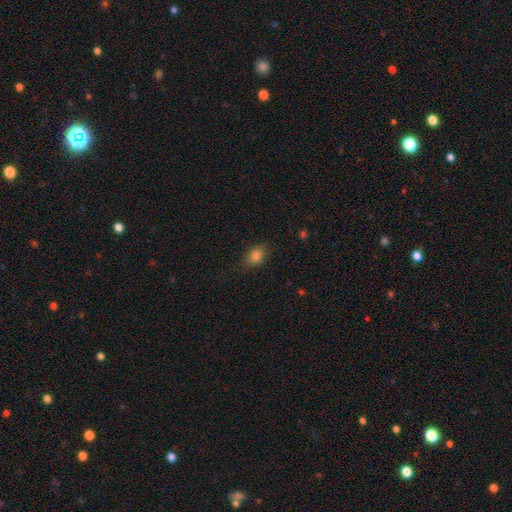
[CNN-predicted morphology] A smooth galaxy with no disk features (83%) that is in between round and cigar-shaped (71%).

Vote fractions:
- Smooth or featured? smooth: 83% / star or artifact: 11% / featured or disk: 6%
- How rounded? in between: 71% / round: 27% / cigar-shaped: 2%
- Merging? none: 80% / minor disturbance: 15% / major disturbance: 4% / merger: 1%